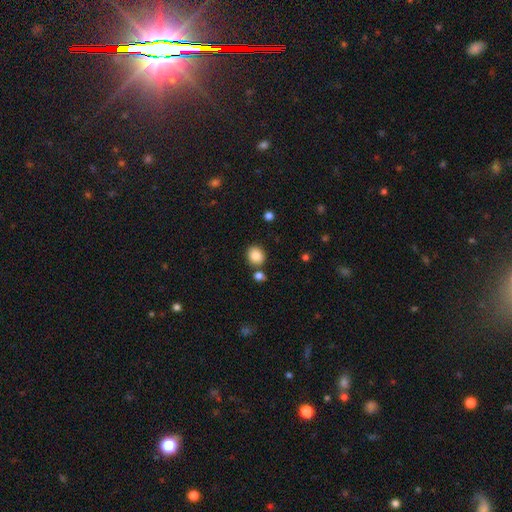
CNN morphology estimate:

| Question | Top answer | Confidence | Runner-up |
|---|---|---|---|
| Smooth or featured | smooth | 86% | star or artifact (9%) |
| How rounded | round | 70% | in between (29%) |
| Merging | none | 79% | merger (10%) |